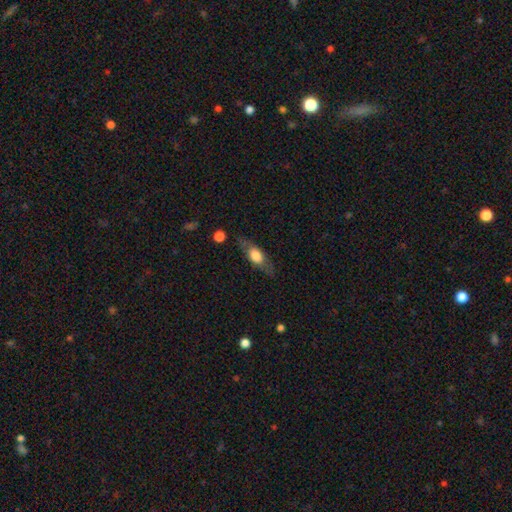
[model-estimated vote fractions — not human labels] A smooth galaxy with no disk features (52%) that is in between round and cigar-shaped (59%). Merging: none (72%).